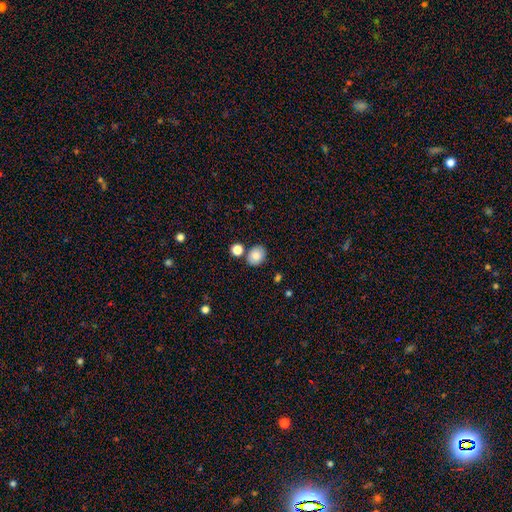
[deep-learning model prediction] This appears to be a smooth galaxy with no disk features (84%) that is round (56%). Merging: none (77%).